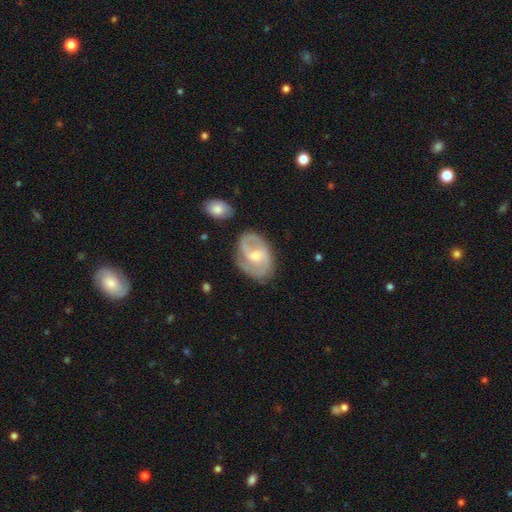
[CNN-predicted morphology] featured or disk 83%, smooth 12%, star or artifact 5%. Down the decision tree: edge-on disk — no (97%); bar — weak (50%); spiral arms — yes (94%); spiral arm count — 2 (74%); spiral winding — medium (51%); bulge size — small (48%, tied with moderate); merging — none (72%).